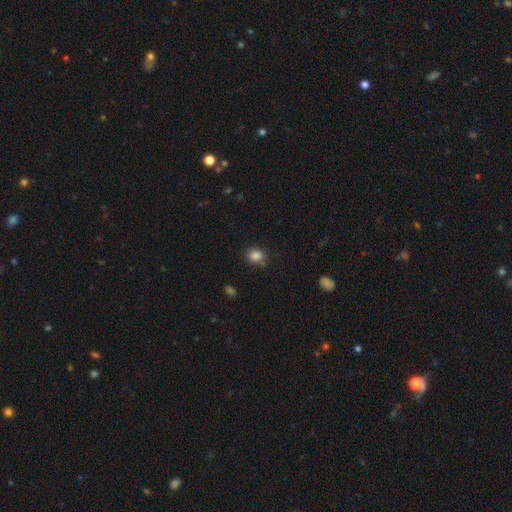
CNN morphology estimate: Q: Smooth or featured?
A: smooth (85%); runner-up: star or artifact (10%)
Q: How rounded?
A: round (55%); runner-up: in between (44%)
Q: Merging?
A: none (71%); runner-up: minor disturbance (21%)